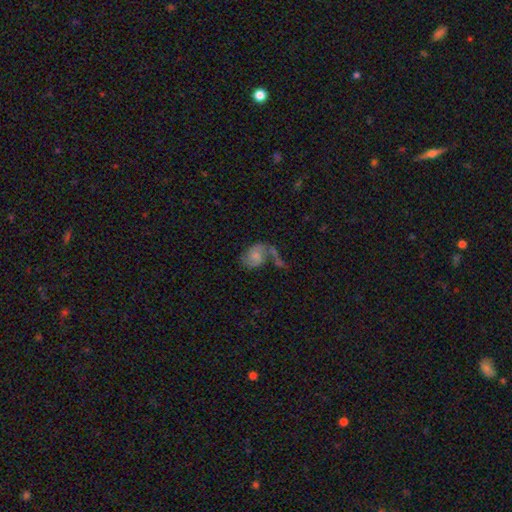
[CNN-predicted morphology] Overall: featured or disk (50%; smooth 41%). Merging: none (32%; major disturbance 24%).